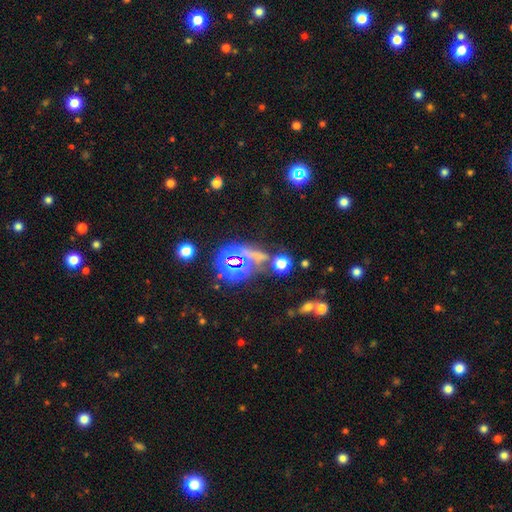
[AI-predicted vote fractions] smooth_or_featured: star or artifact (p=0.62) [alt: smooth p=0.27]